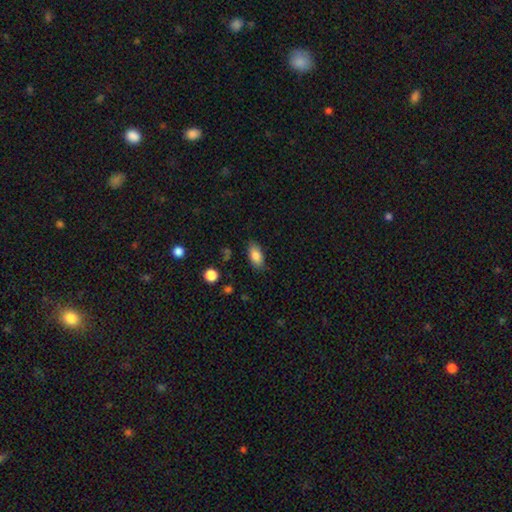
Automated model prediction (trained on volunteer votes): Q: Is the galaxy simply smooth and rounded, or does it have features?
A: smooth — 84%.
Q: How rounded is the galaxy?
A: in between — 90%.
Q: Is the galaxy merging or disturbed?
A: none — 84%.